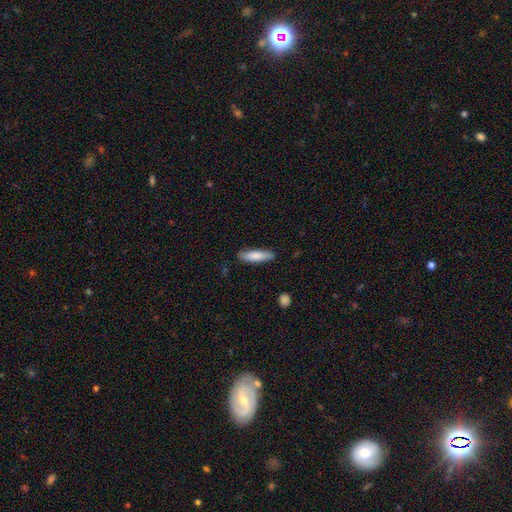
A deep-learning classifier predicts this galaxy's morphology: smooth-or-featured: smooth: 82% | featured or disk: 12% | star or artifact: 5%
  how-rounded: cigar-shaped: 67% | in between: 31% | round: 1%
  merging: none: 86% | minor disturbance: 11% | major disturbance: 2% | merger: 1%